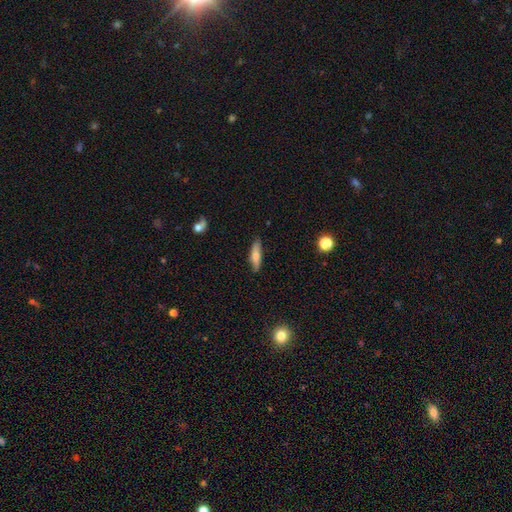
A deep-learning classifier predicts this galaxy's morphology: smooth 65%, featured or disk 28%, star or artifact 7%. Down the decision tree: how rounded — cigar-shaped (68%); merging — none (85%).